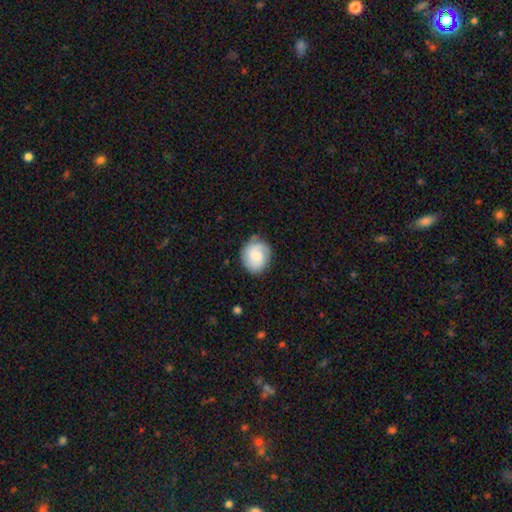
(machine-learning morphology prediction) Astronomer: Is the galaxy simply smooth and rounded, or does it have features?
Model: smooth — 47% (runner-up: featured or disk, 46%).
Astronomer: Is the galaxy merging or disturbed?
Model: none — 75%.